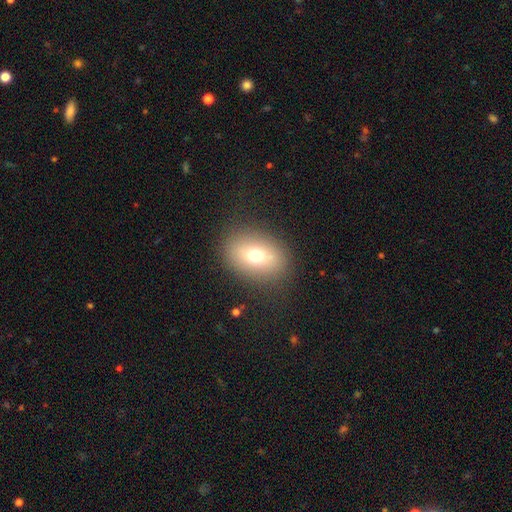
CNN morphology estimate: type=smooth (69%); roundness=in between (64%); merging=none (84%).